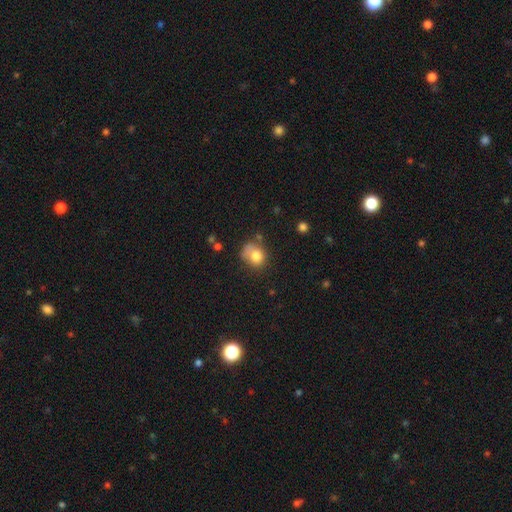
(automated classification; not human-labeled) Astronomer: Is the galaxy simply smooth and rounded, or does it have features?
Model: smooth — 77%.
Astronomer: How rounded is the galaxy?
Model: round — 66%.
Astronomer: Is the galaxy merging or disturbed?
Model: none — 43% (runner-up: minor disturbance, 27%).